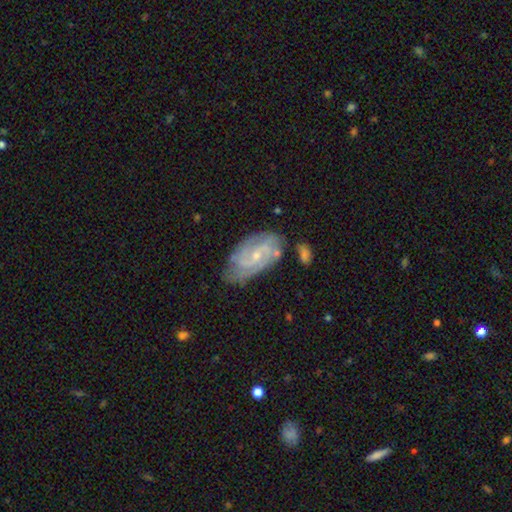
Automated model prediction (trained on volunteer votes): featured or disk 81%, smooth 13%, star or artifact 6%. Down the decision tree: edge-on disk — no (96%); bar — weak (45%); spiral arms — yes (94%); spiral arm count — 2 (45%); spiral winding — tight (45%); bulge size — small (70%); merging — none (64%).